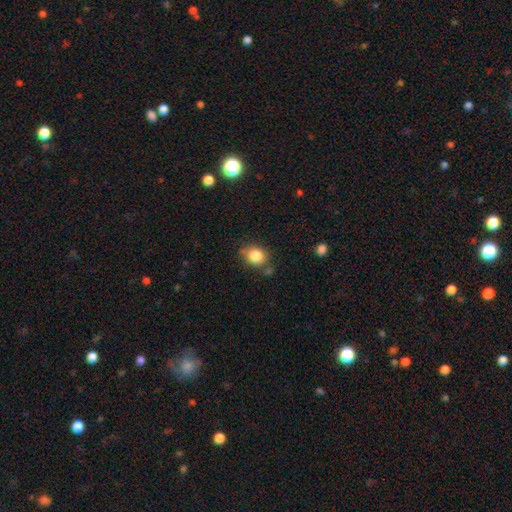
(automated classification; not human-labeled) Morphology: type=smooth (84%); roundness=round (64%); merging=none (70%).